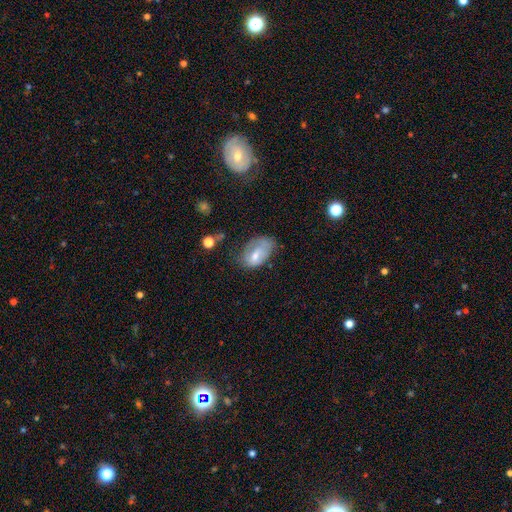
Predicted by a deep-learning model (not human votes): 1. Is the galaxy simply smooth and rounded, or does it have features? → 60% smooth, 32% featured or disk, 8% star or artifact.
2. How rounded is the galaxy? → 90% in between, 9% round, 2% cigar-shaped.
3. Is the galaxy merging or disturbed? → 36% none (tied), 36% minor disturbance (tied), 24% major disturbance, 4% merger.